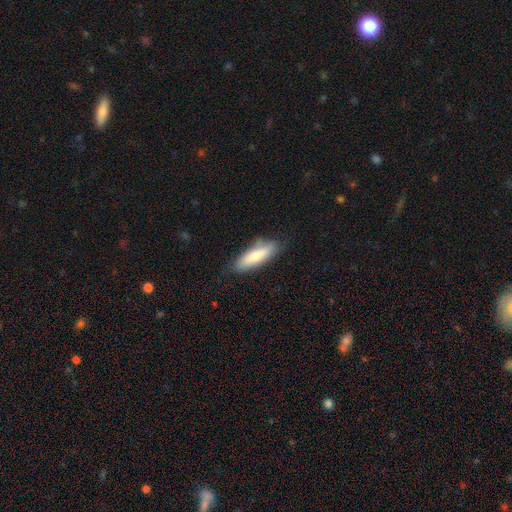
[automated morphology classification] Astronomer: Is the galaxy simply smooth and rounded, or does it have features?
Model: smooth — 79%.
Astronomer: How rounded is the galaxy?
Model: cigar-shaped — 51% (runner-up: in between, 48%).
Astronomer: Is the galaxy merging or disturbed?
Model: none — 76%.